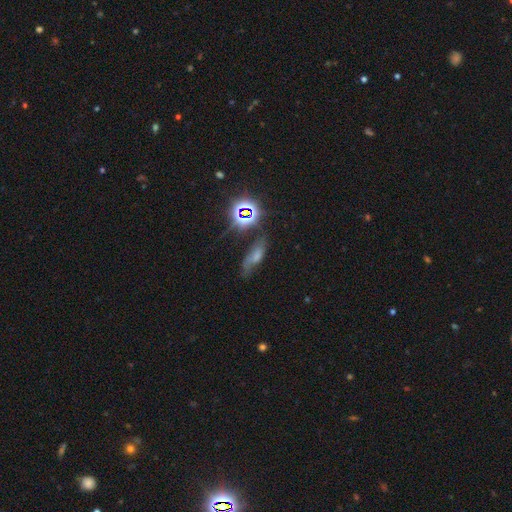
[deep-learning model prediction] smooth-or-featured: smooth: 47% | star or artifact: 27% | featured or disk: 25%
  merging: none: 48% | minor disturbance: 27% | major disturbance: 18% | merger: 7%